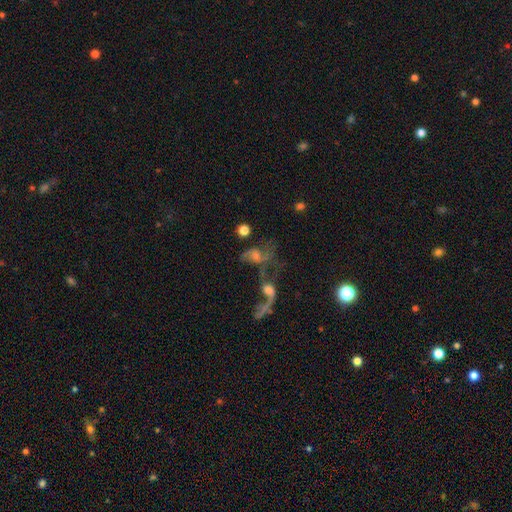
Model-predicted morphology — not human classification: Overall: featured or disk (55%; smooth 27%). Edge-on disk: no (95%). Bar: no (71%). Spiral arms: yes (63%; no 37%). Bulge size: moderate (35%; small 32%). Merging: merger (54%; major disturbance 21%).